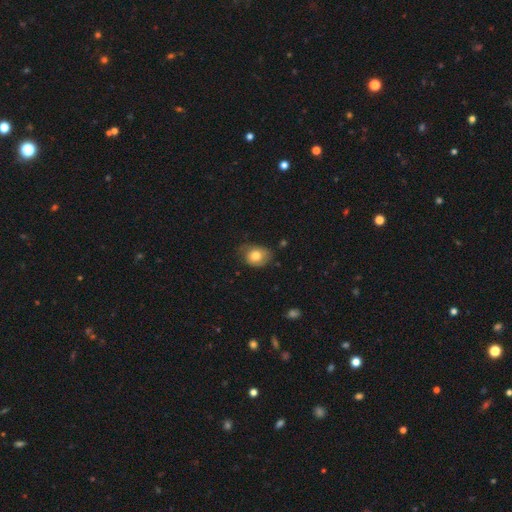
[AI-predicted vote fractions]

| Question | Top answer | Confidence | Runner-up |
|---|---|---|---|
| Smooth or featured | smooth | 78% | featured or disk (14%) |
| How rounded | in between | 52% | round (47%) |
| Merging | none | 60% | minor disturbance (31%) |